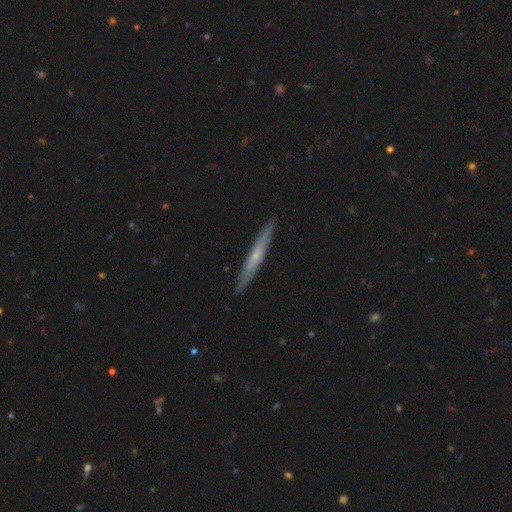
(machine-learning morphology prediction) Smooth or featured: featured or disk — 56% (smooth — 38%)
Edge-on disk: yes — 95% (no — 5%)
Edge-on bulge: none — 55% (rounded — 41%)
Merging: none — 91% (minor disturbance — 7%)